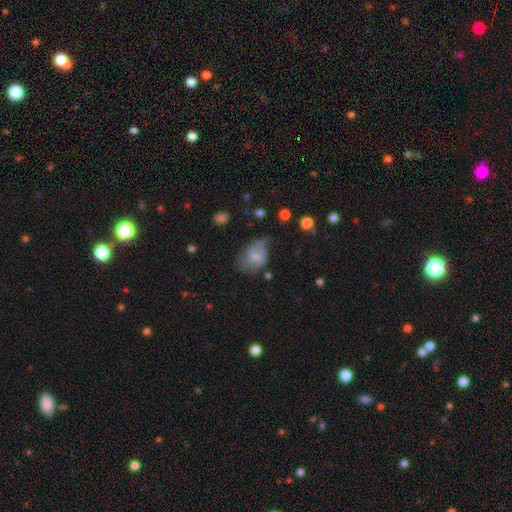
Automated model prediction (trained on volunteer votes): A smooth galaxy with no disk features (56%) that is in between round and cigar-shaped (73%).

Vote fractions:
- Smooth or featured? smooth: 56% / featured or disk: 35% / star or artifact: 8%
- How rounded? in between: 73% / round: 26% / cigar-shaped: 1%
- Merging? minor disturbance: 36% / major disturbance: 32% / none: 28% / merger: 4%